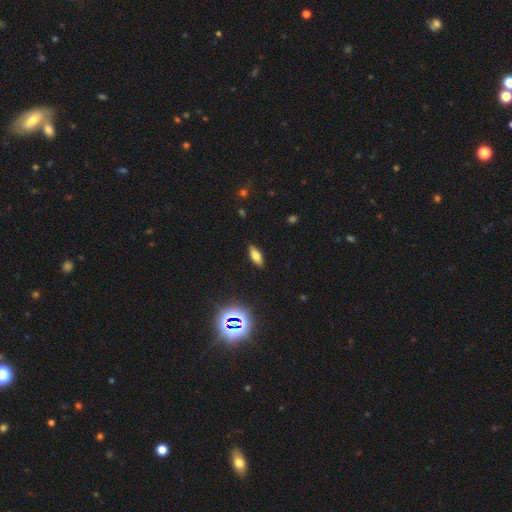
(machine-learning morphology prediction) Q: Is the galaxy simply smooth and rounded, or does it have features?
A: smooth — 69%.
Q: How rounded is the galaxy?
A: in between — 72%.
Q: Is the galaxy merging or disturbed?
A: none — 89%.